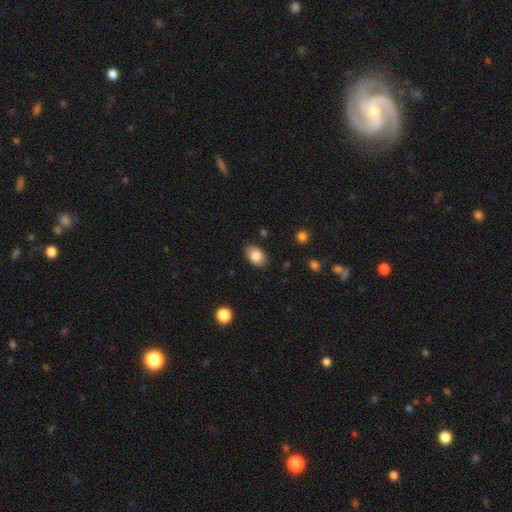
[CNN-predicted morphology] Smooth or featured? Predicted: smooth (p=0.85). How rounded? Predicted: in between (p=0.82). Merging? Predicted: none (p=0.84).